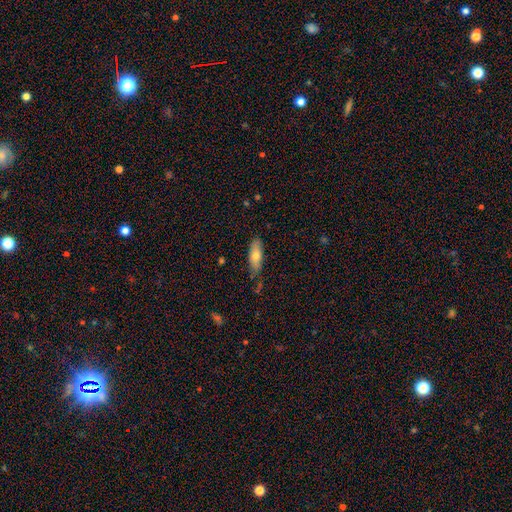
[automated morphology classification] smooth_or_featured: smooth (p=0.70) [alt: featured or disk p=0.23]
how_rounded: in between (p=0.66) [alt: cigar-shaped p=0.32]
merging: none (p=0.73) [alt: minor disturbance p=0.21]